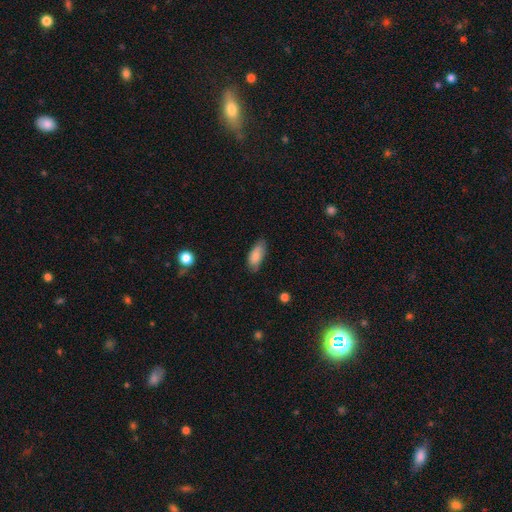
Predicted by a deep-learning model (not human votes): Smooth or featured?
  - smooth: 85% *
  - featured or disk: 9%
  - star or artifact: 6%
How rounded?
  - in between: 83% *
  - cigar-shaped: 15%
  - round: 2%
Merging?
  - none: 73% *
  - minor disturbance: 22%
  - major disturbance: 4%
  - merger: 1%